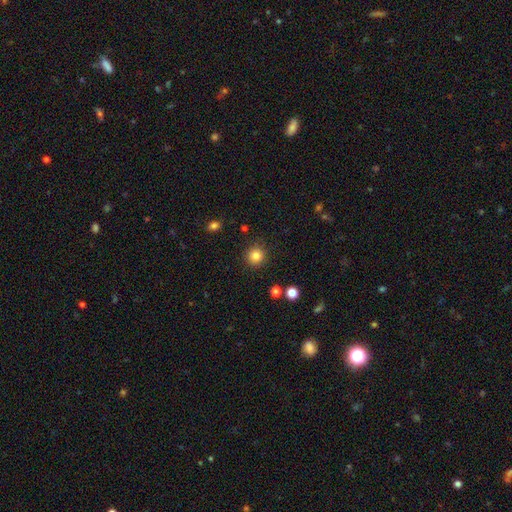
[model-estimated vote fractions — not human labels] Q: Smooth or featured?
A: smooth (84%); runner-up: star or artifact (11%)
Q: How rounded?
A: round (93%); runner-up: in between (6%)
Q: Merging?
A: none (90%); runner-up: minor disturbance (6%)